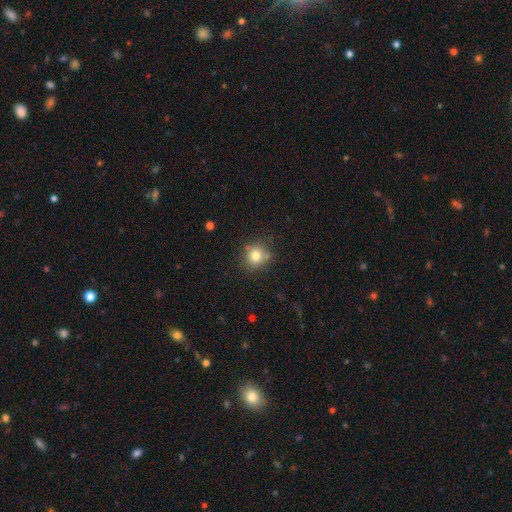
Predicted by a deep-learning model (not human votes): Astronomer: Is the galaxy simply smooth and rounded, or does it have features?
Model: smooth — 79%.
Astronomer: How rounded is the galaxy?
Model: round — 88%.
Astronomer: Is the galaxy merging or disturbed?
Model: none — 79%.